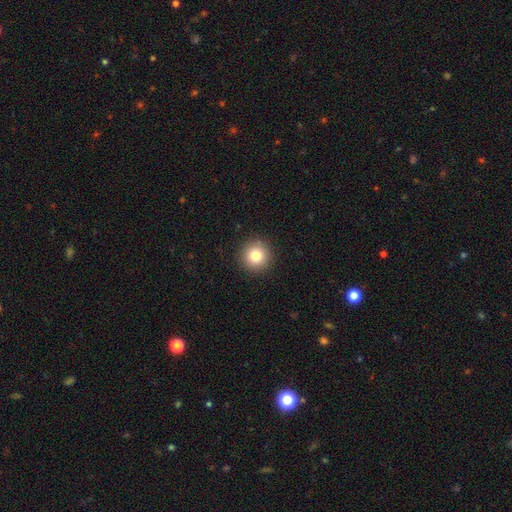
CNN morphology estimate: Q: Smooth or featured?
A: smooth (80%); runner-up: star or artifact (11%)
Q: How rounded?
A: round (95%); runner-up: in between (4%)
Q: Merging?
A: none (92%); runner-up: minor disturbance (5%)